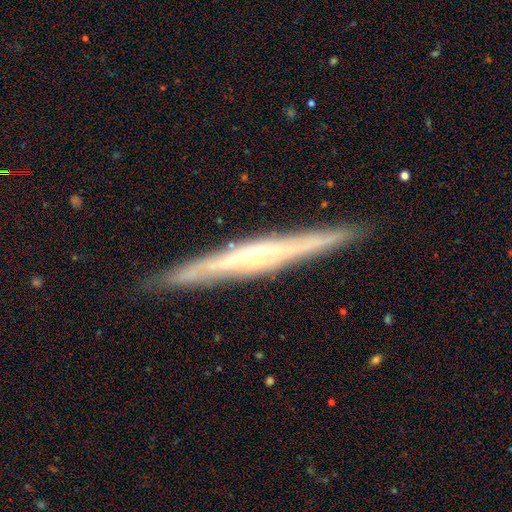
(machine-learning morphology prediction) type=featured or disk (82%); edge-on=yes (96%); edge-on bulge=rounded (66%); merging=none (90%).